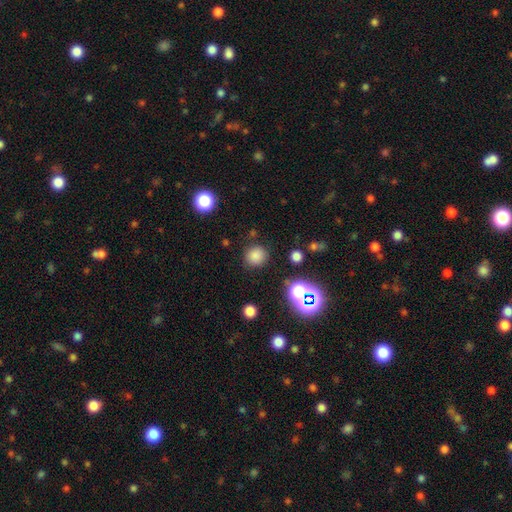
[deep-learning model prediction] This is likely a smooth galaxy (80%). How rounded: clearly round (88%). Merging: clearly none (85%).